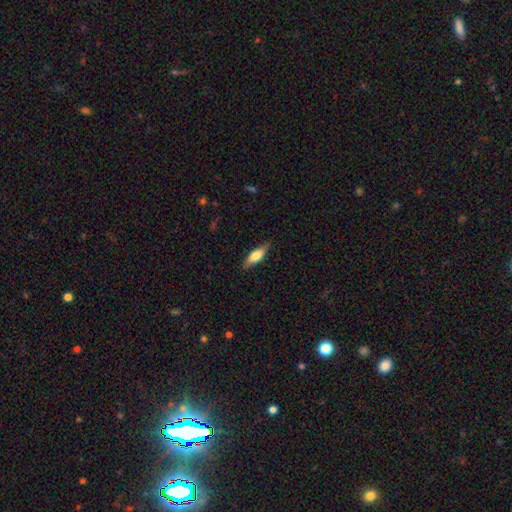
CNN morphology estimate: Smooth or featured? Predicted: smooth (p=0.60). How rounded? Predicted: in between (p=0.51). Merging? Predicted: none (p=0.82).